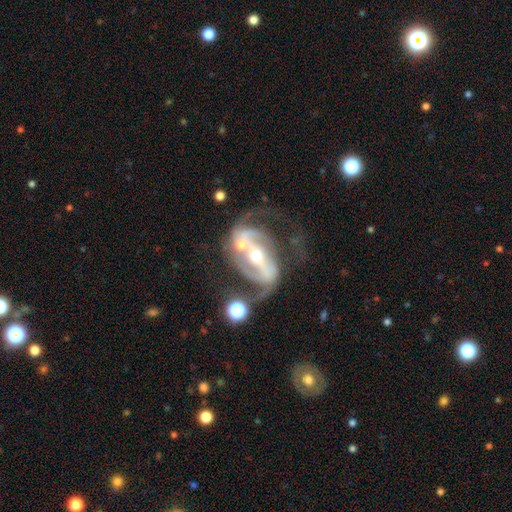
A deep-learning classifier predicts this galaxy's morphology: A featured or disk galaxy (89%) with a strong bar (61%), 2 (84%) medium (50%) spiral arms (95%) and a moderate central bulge (50%).

Vote fractions:
- Smooth or featured? featured or disk: 89% / star or artifact: 6% / smooth: 5%
- Edge-on disk? no: 96% / yes: 4%
- Bar? strong: 61% / weak: 23% / no: 15%
- Spiral arms? yes: 95% / no: 5%
- Spiral winding? medium: 50% / loose: 28% / tight: 22%
- Spiral arm count? 2: 84% / can't tell: 5% / 3: 5% / 1: 3% / 4: 2% / more than 4: 1%
- Bulge size? moderate: 50% / small: 46% / large: 3% / none: 1% / dominant: 1%
- Merging? none: 44% / major disturbance: 22% / merger: 18% / minor disturbance: 16%